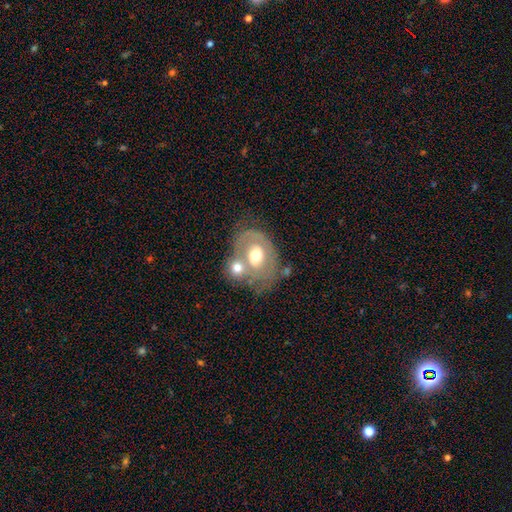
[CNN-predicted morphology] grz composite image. It shows a featured or disk galaxy (52%). Merging: merger (48%).